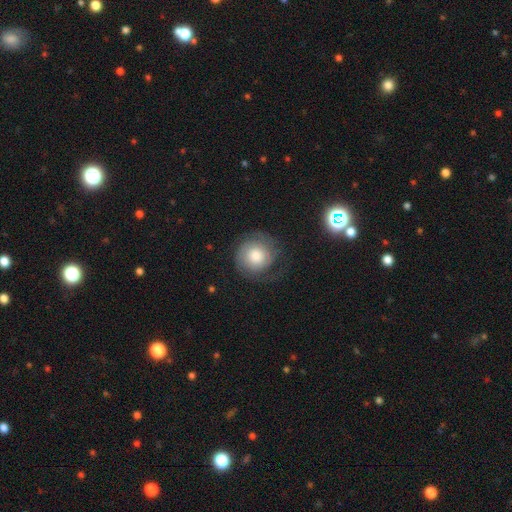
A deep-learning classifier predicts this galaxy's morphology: Smooth or featured?
  - smooth: 47% *
  - featured or disk: 45%
  - star or artifact: 8%
Merging?
  - none: 64% *
  - minor disturbance: 19%
  - major disturbance: 16%
  - merger: 1%